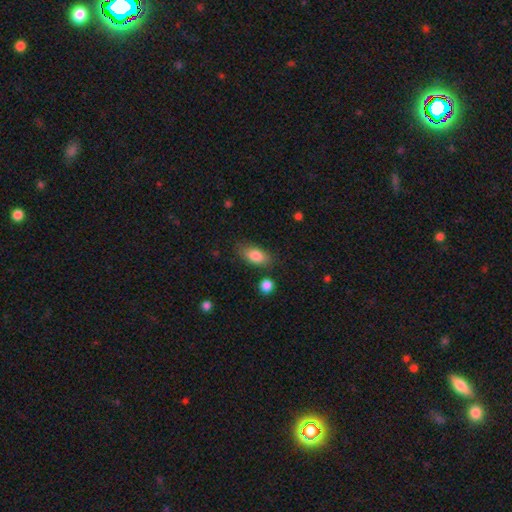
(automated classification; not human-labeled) This is clearly a smooth galaxy (83%). How rounded: clearly in between (87%). Merging: likely none (77%).